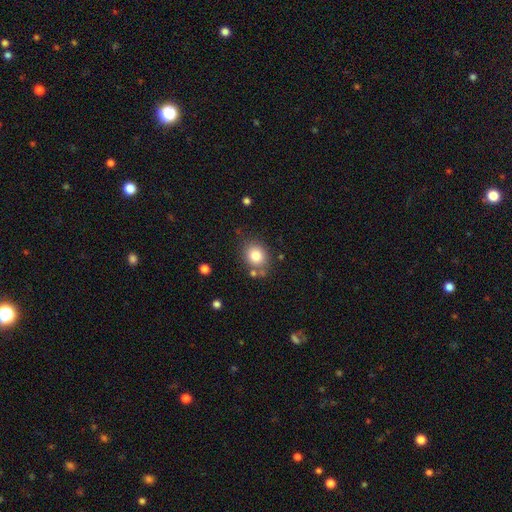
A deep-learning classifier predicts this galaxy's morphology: Smooth or featured?
  - smooth: 80% *
  - star or artifact: 10%
  - featured or disk: 10%
How rounded?
  - round: 62% *
  - in between: 37%
  - cigar-shaped: 1%
Merging?
  - none: 74% *
  - minor disturbance: 14%
  - merger: 7%
  - major disturbance: 4%